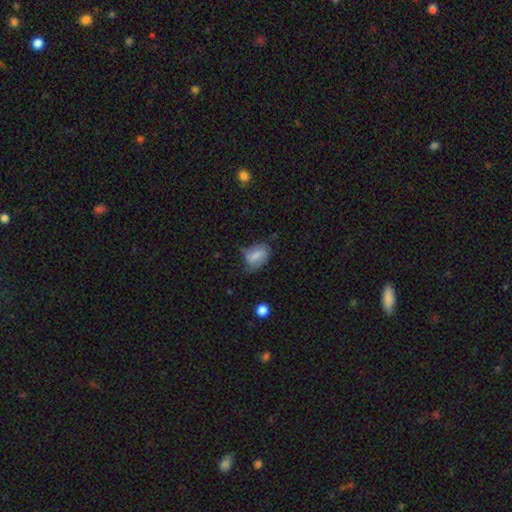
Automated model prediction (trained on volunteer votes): Morphology: type=smooth (66%); roundness=in between (82%); merging=none (46%).